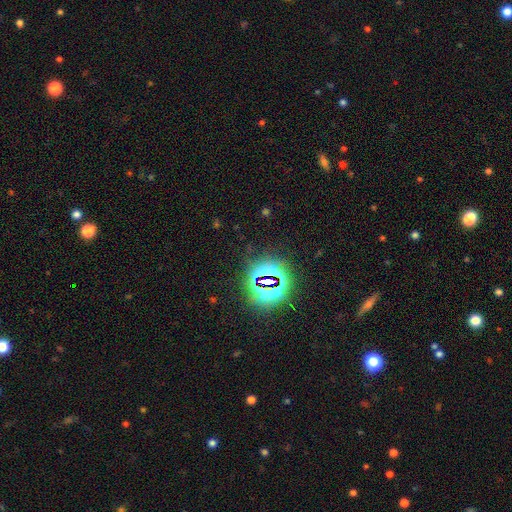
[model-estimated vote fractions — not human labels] A star or artifact, not a galaxy (83%).